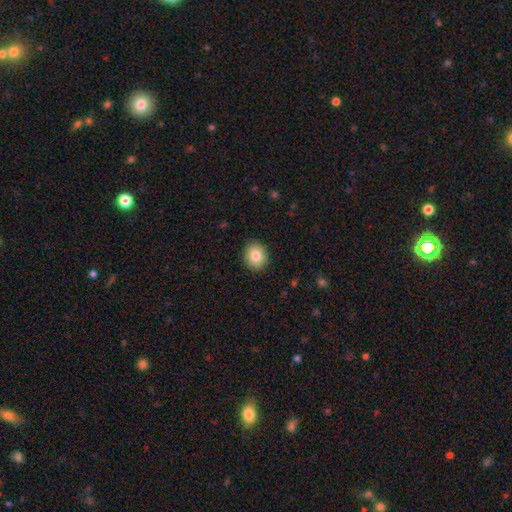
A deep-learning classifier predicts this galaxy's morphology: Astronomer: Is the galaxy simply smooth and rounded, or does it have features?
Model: smooth — 84%.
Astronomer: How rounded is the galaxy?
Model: round — 63%.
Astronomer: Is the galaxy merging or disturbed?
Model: none — 90%.